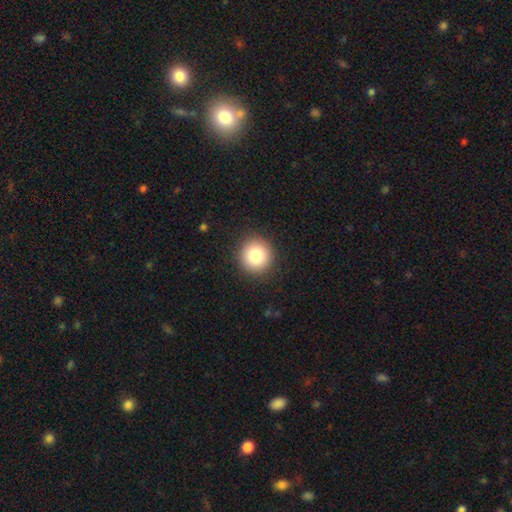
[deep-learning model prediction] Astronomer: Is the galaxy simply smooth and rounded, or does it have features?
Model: smooth — 83%.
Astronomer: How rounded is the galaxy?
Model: round — 93%.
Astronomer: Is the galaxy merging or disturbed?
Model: none — 91%.